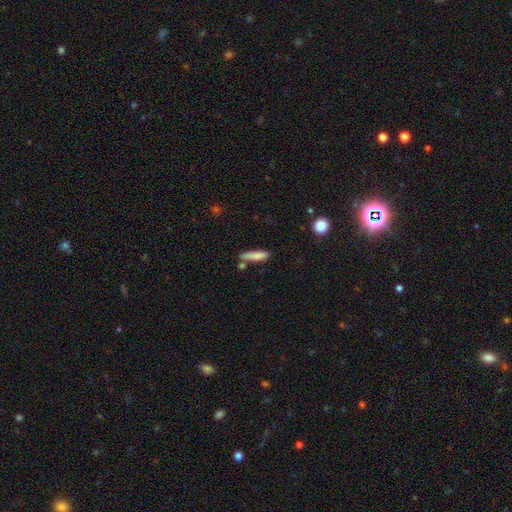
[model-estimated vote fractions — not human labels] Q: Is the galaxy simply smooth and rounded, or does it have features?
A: smooth — 80%.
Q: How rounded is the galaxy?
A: cigar-shaped — 76%.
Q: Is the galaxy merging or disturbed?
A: none — 64%.